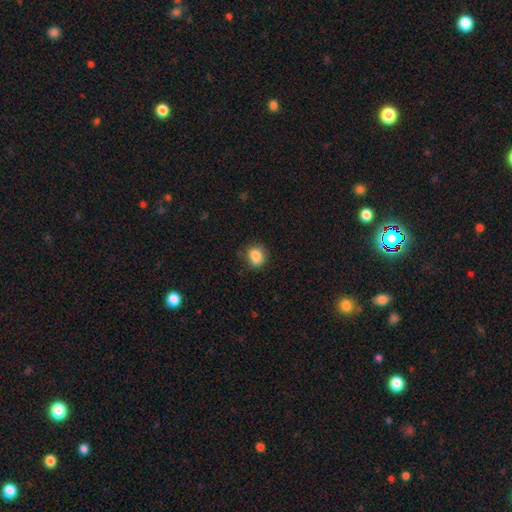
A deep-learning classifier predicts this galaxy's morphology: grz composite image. It shows a smooth galaxy with no disk features (84%) that is round (58%). Merging: none (71%).